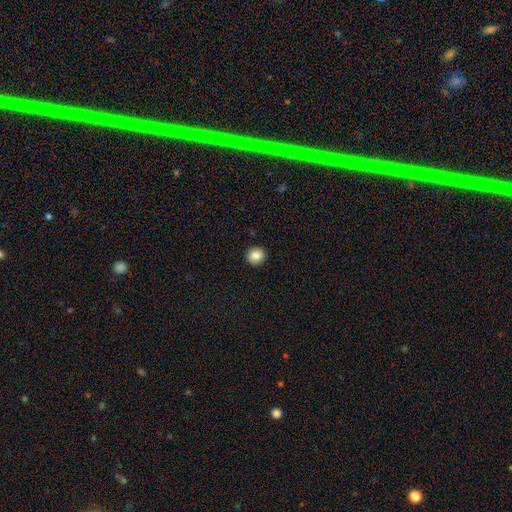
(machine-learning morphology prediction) A smooth galaxy with no disk features (87%) that is round (87%).

Vote fractions:
- Smooth or featured? smooth: 87% / star or artifact: 9% / featured or disk: 4%
- How rounded? round: 87% / in between: 12% / cigar-shaped: 1%
- Merging? none: 92% / minor disturbance: 6% / major disturbance: 2% / merger: 1%